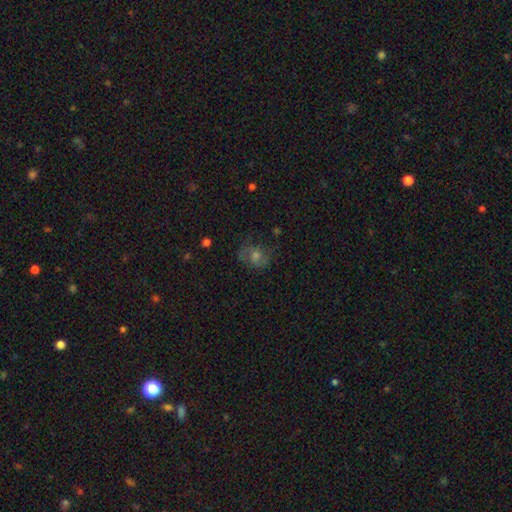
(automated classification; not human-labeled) smooth_or_featured: featured or disk (p=0.44) [alt: smooth p=0.34]
merging: none (p=0.70) [alt: minor disturbance p=0.18]